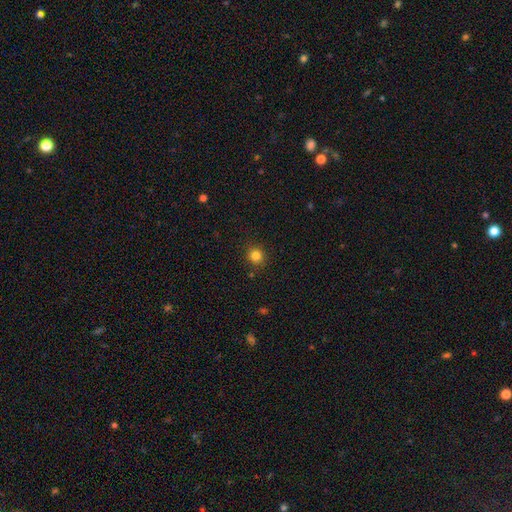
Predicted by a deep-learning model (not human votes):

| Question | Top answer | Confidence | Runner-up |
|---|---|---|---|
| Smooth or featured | smooth | 83% | star or artifact (13%) |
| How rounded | round | 92% | in between (7%) |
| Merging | none | 90% | minor disturbance (6%) |